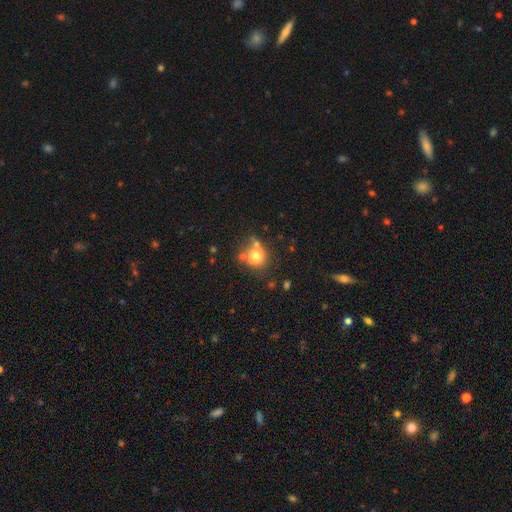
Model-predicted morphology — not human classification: This is likely a smooth galaxy (70%). How rounded: likely round (78%). Merging: possibly none (53%).